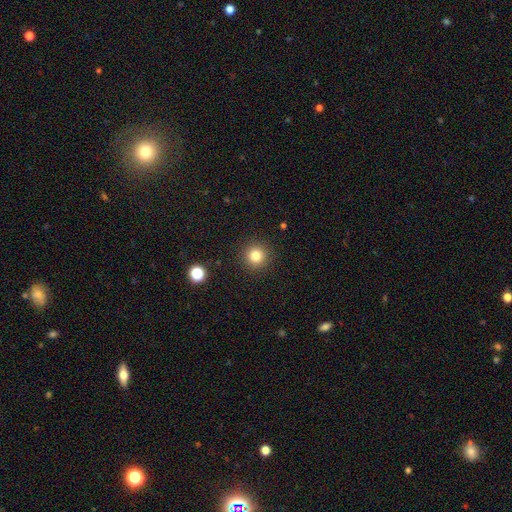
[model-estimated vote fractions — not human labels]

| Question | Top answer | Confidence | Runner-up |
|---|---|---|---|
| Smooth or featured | smooth | 82% | star or artifact (13%) |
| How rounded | round | 95% | in between (4%) |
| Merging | none | 91% | minor disturbance (5%) |